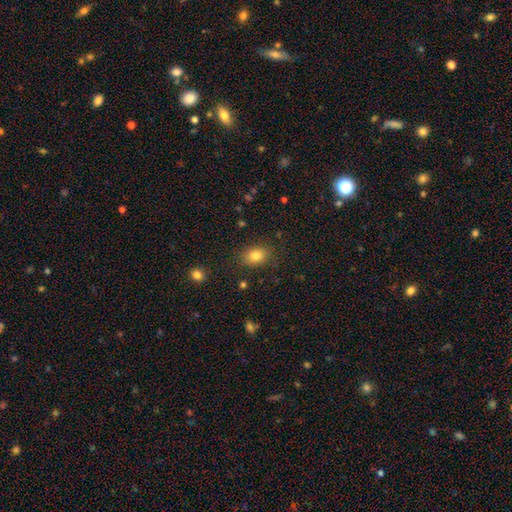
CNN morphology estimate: Overall: smooth (83%). How rounded: in between (68%; round 31%). Merging: none (84%).